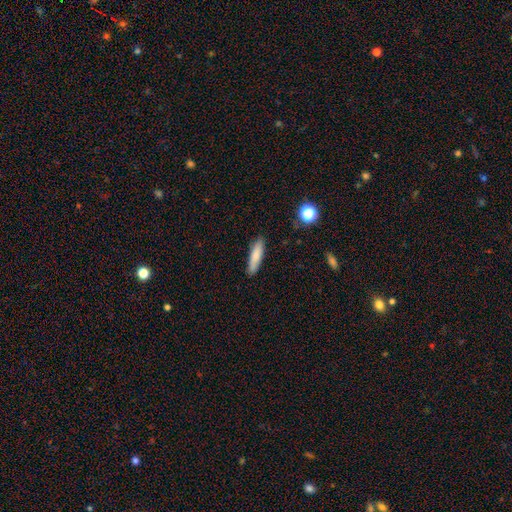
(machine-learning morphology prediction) Q: Smooth or featured?
A: smooth (82%); runner-up: featured or disk (11%)
Q: How rounded?
A: cigar-shaped (74%); runner-up: in between (24%)
Q: Merging?
A: none (87%); runner-up: minor disturbance (10%)